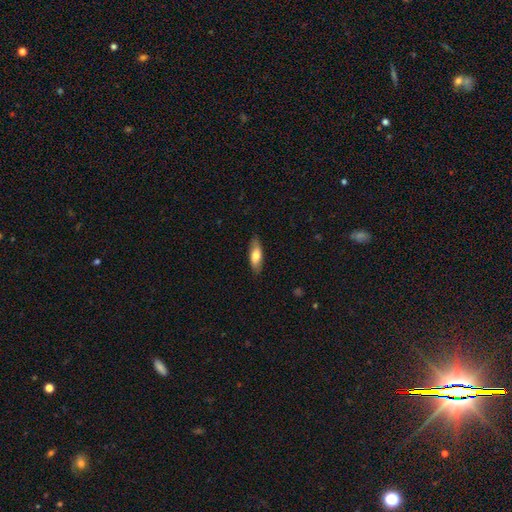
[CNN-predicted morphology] Q: Smooth or featured?
A: smooth (69%); runner-up: featured or disk (25%)
Q: How rounded?
A: in between (65%); runner-up: cigar-shaped (33%)
Q: Merging?
A: none (85%); runner-up: minor disturbance (12%)